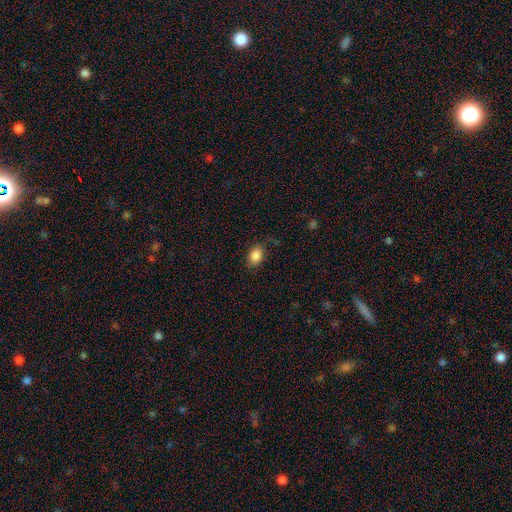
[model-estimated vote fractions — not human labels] smooth-or-featured: smooth: 86% | star or artifact: 9% | featured or disk: 5%
  how-rounded: in between: 74% | round: 25% | cigar-shaped: 1%
  merging: none: 77% | minor disturbance: 17% | major disturbance: 5% | merger: 1%